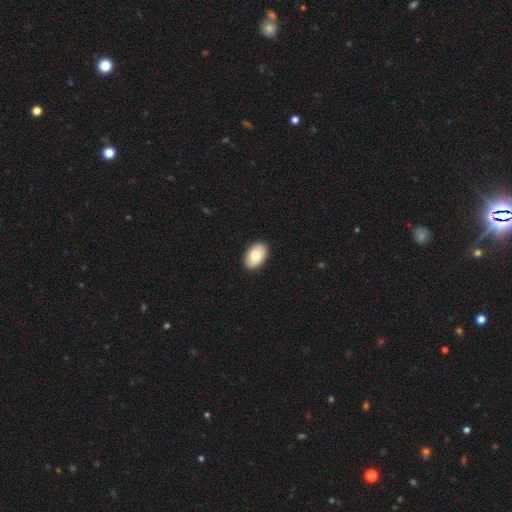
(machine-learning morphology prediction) This appears to be a smooth galaxy with no disk features (74%) that is in between round and cigar-shaped (90%). Merging: none (91%).